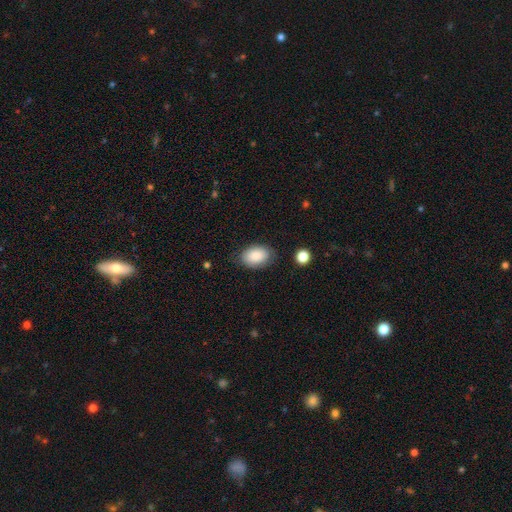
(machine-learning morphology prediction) Overall: smooth (88%). How rounded: in between (89%). Merging: none (79%).